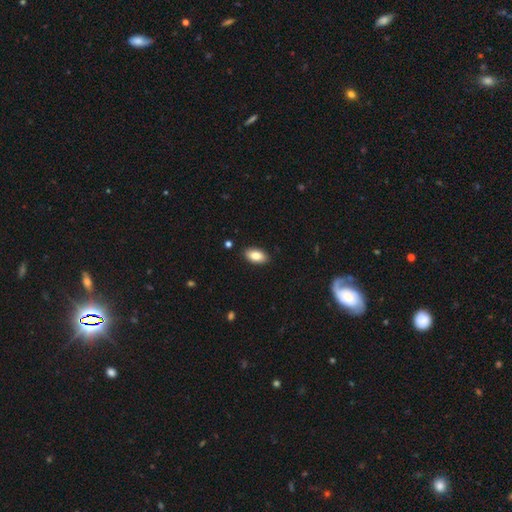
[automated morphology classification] Smooth or featured? Predicted: smooth (p=0.84). How rounded? Predicted: in between (p=0.93). Merging? Predicted: none (p=0.89).